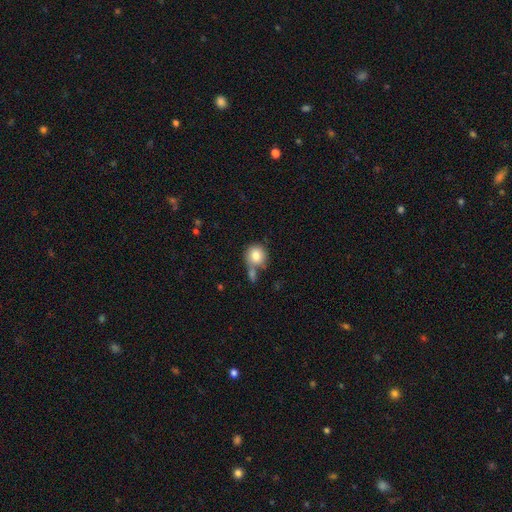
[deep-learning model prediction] A smooth galaxy with no disk features (81%) that is round (85%).

Vote fractions:
- Smooth or featured? smooth: 81% / featured or disk: 10% / star or artifact: 8%
- How rounded? round: 85% / in between: 14% / cigar-shaped: 1%
- Merging? none: 48% / merger: 30% / minor disturbance: 15% / major disturbance: 7%